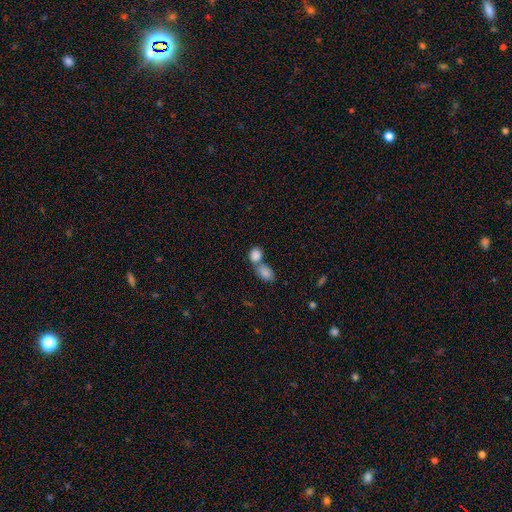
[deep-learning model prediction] Smooth or featured? smooth (85%)
How rounded? in between (62%)
Merging? merger (58%)